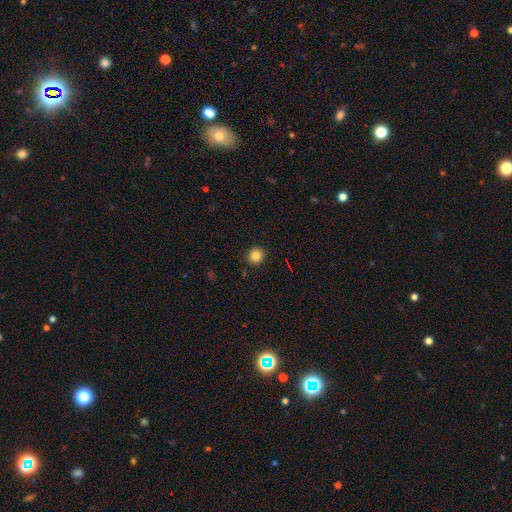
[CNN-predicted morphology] smooth 84%, star or artifact 11%, featured or disk 5%. Down the decision tree: how rounded — round (92%); merging — none (91%).